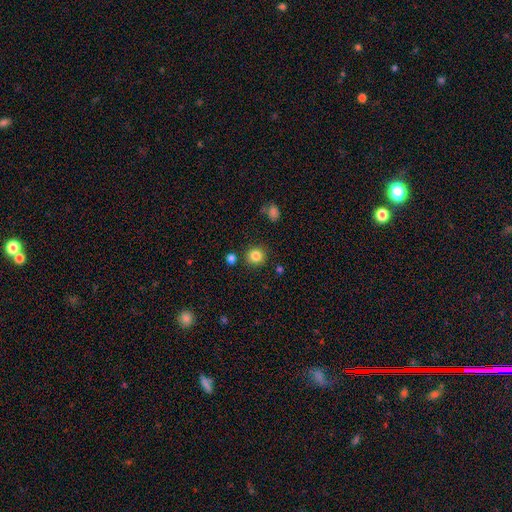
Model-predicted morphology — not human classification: Smooth or featured? Predicted: smooth (p=0.83). How rounded? Predicted: round (p=0.90). Merging? Predicted: none (p=0.86).